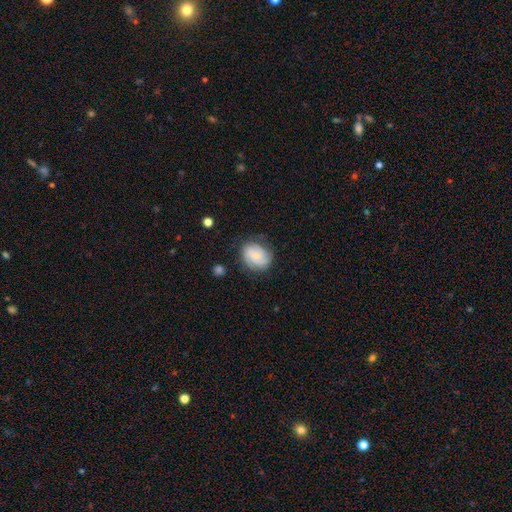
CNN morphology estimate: A smooth galaxy with no disk features (53%) that is in between round and cigar-shaped (53%). Merging: none (71%).